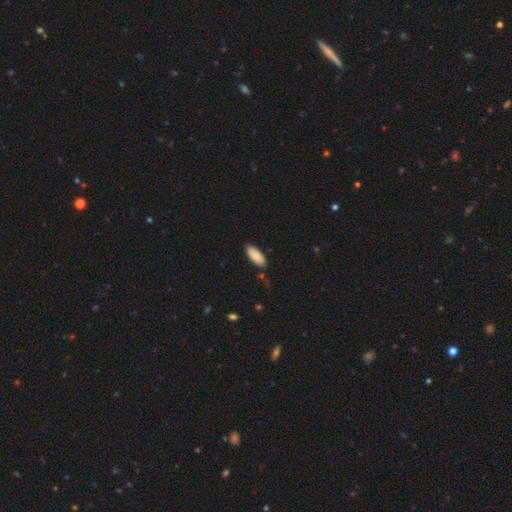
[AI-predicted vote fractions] Morphology: type=smooth (88%); roundness=in between (82%); merging=none (85%).